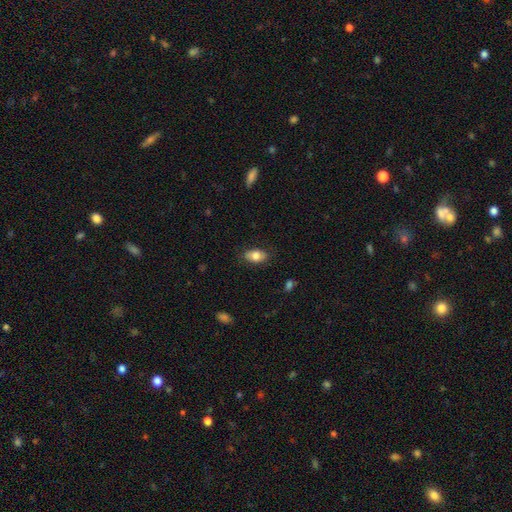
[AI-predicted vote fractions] A smooth galaxy with no disk features (77%) that is in between round and cigar-shaped (90%). Merging: none (81%).